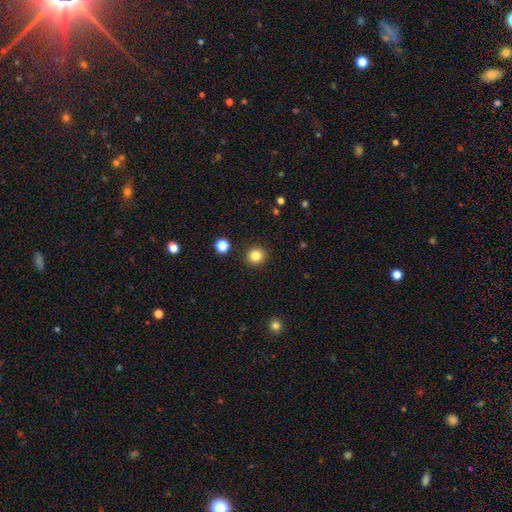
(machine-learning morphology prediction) Smooth or featured? smooth (83%)
How rounded? round (93%)
Merging? none (92%)